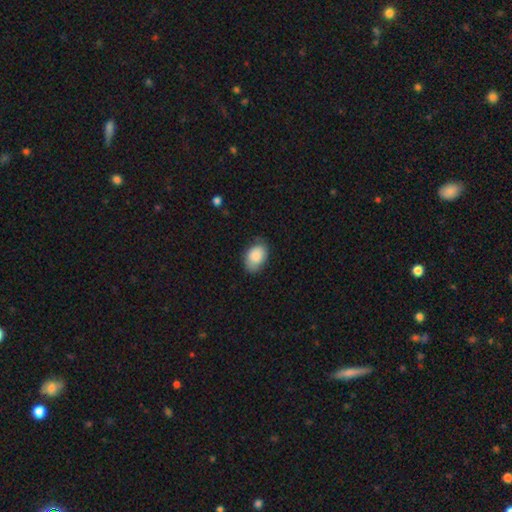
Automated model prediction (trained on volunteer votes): smooth_or_featured: smooth (p=0.87) [alt: star or artifact p=0.06]
how_rounded: in between (p=0.84) [alt: round p=0.15]
merging: none (p=0.72) [alt: minor disturbance p=0.22]